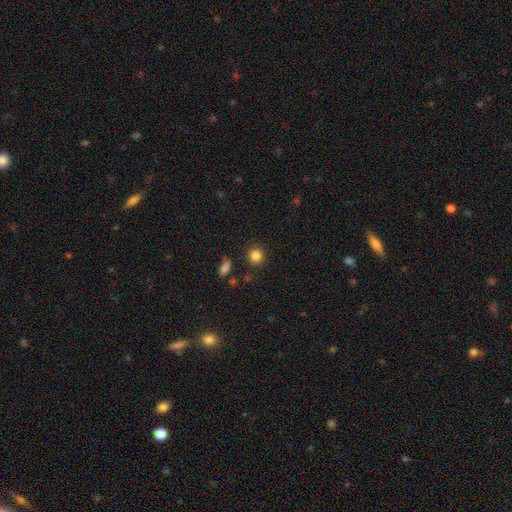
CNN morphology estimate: Smooth or featured: smooth — 84% (star or artifact — 11%)
How rounded: round — 88% (in between — 11%)
Merging: none — 88% (minor disturbance — 7%)